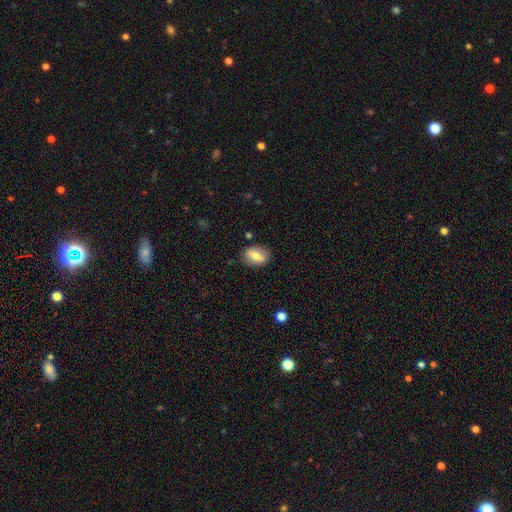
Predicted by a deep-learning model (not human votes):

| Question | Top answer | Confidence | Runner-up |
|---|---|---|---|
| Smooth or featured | smooth | 57% | featured or disk (35%) |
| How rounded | in between | 71% | round (27%) |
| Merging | none | 83% | minor disturbance (12%) |